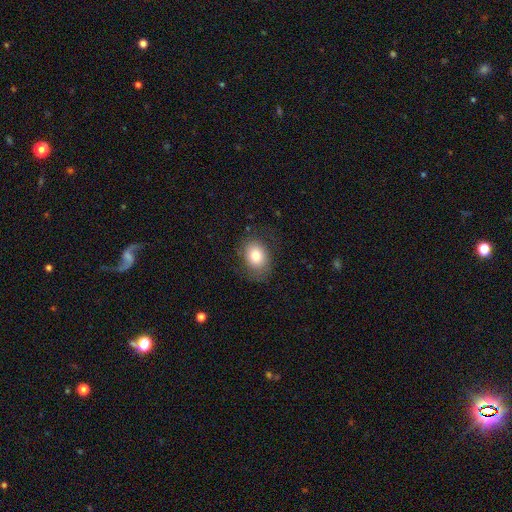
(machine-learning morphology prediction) Q: Smooth or featured?
A: smooth (79%); runner-up: featured or disk (12%)
Q: How rounded?
A: in between (65%); runner-up: round (34%)
Q: Merging?
A: none (74%); runner-up: minor disturbance (18%)